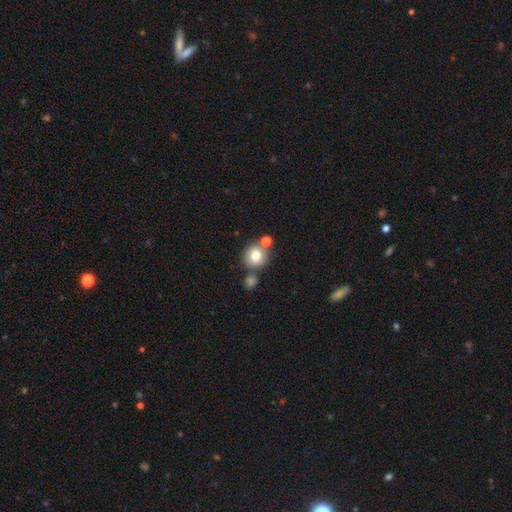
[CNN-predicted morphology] type=smooth (78%); roundness=round (88%); merging=none (65%).